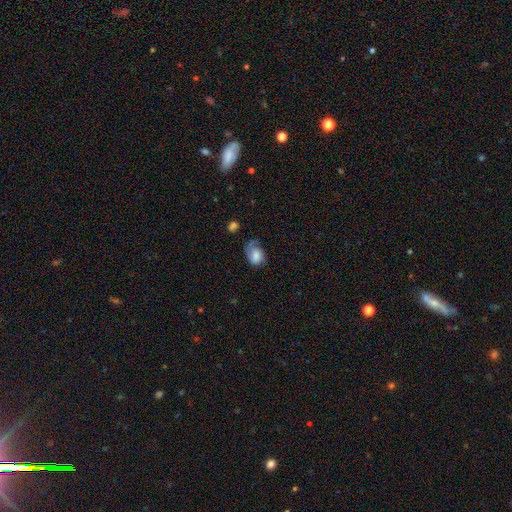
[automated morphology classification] smooth-or-featured: smooth: 63% | featured or disk: 29% | star or artifact: 8%
  how-rounded: in between: 70% | round: 29% | cigar-shaped: 1%
  merging: none: 34% | minor disturbance: 31% | major disturbance: 31% | merger: 4%